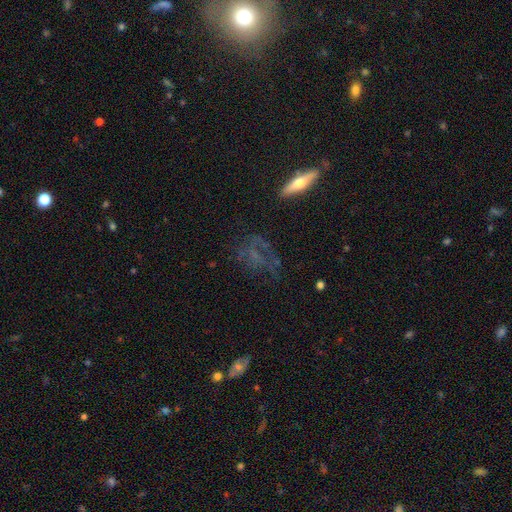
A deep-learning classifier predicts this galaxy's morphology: type=featured or disk (52%); edge-on=no (82%); merging=none (50%).